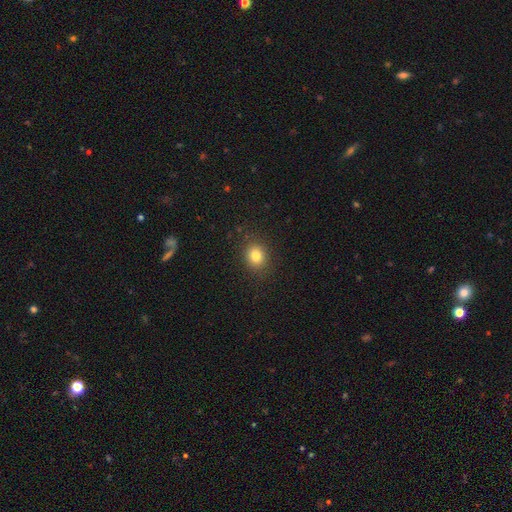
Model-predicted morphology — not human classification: type=smooth (81%); roundness=round (67%); merging=none (87%).